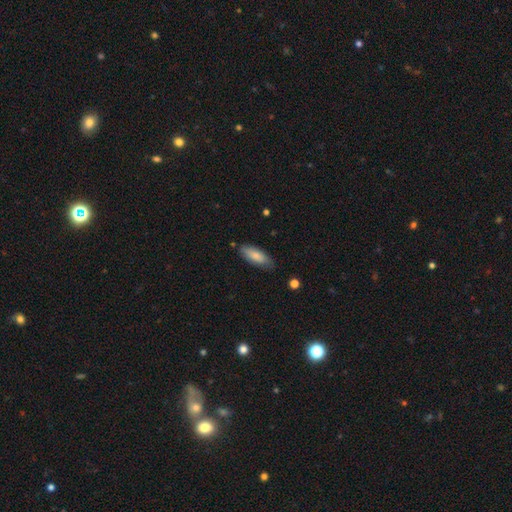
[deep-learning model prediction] Smooth or featured: smooth — 78% (featured or disk — 16%)
How rounded: in between — 71% (cigar-shaped — 27%)
Merging: none — 76% (minor disturbance — 19%)